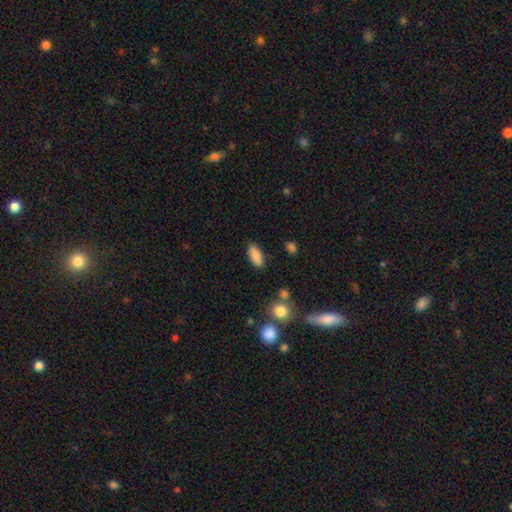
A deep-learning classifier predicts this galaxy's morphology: Q: Smooth or featured?
A: smooth (88%); runner-up: star or artifact (7%)
Q: How rounded?
A: in between (81%); runner-up: cigar-shaped (17%)
Q: Merging?
A: none (84%); runner-up: minor disturbance (11%)